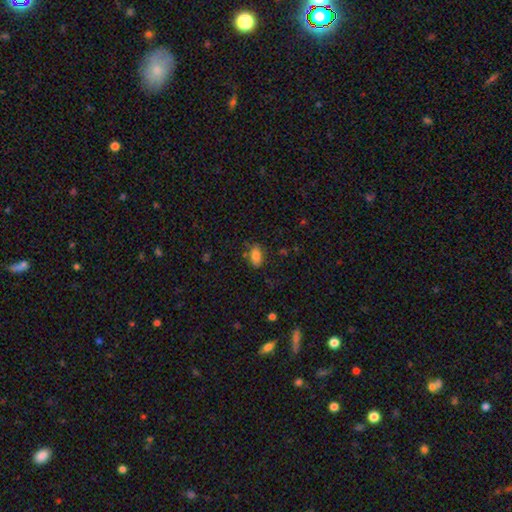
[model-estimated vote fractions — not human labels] smooth-or-featured: smooth: 85% | star or artifact: 9% | featured or disk: 6%
  how-rounded: in between: 90% | cigar-shaped: 5% | round: 5%
  merging: none: 77% | minor disturbance: 15% | merger: 4% | major disturbance: 4%